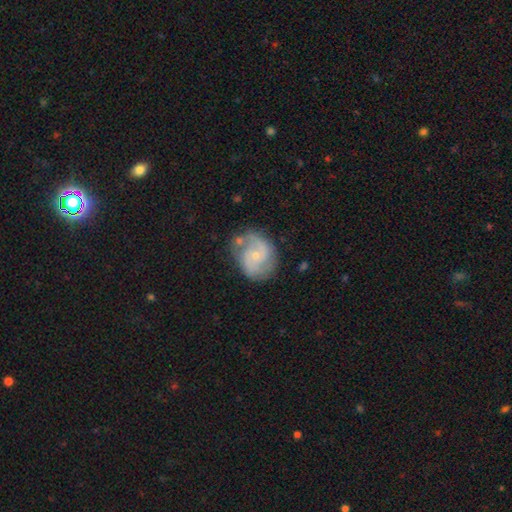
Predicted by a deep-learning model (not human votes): Morphology: type=featured or disk (78%); edge-on=no (98%); bar=no (62%); spiral arms=yes (94%); winding=medium (51%); arm count=2 (81%); bulge=small (73%); merging=none (66%).